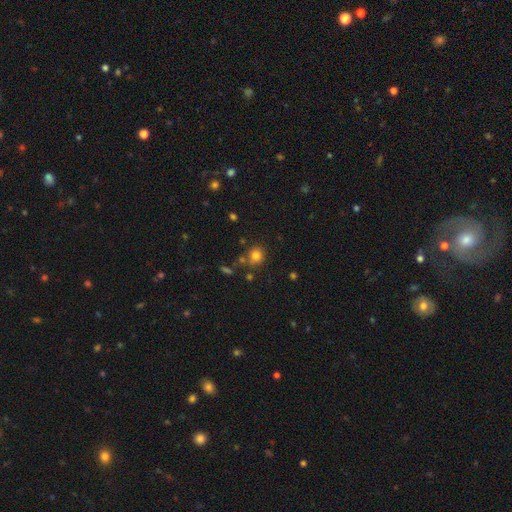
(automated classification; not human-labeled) Smooth or featured: smooth — 79% (star or artifact — 14%)
How rounded: round — 82% (in between — 17%)
Merging: none — 74% (minor disturbance — 12%)